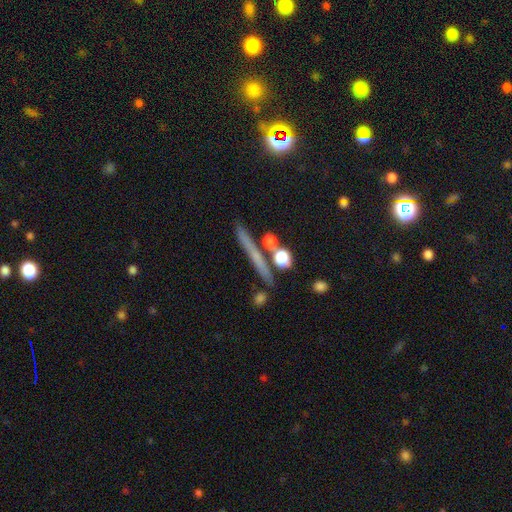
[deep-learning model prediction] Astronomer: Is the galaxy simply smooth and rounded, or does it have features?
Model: smooth — 42% (runner-up: featured or disk, 41%).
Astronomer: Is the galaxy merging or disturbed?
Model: none — 82%.